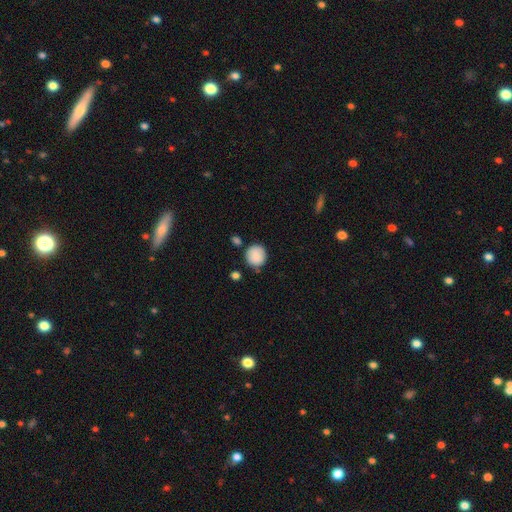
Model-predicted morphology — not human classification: Smooth or featured? Predicted: smooth (p=0.88). How rounded? Predicted: round (p=0.90). Merging? Predicted: none (p=0.78).